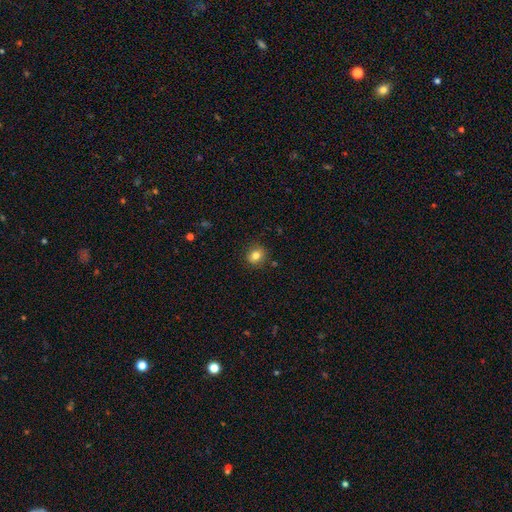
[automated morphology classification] Smooth or featured?
  - smooth: 81% *
  - star or artifact: 11%
  - featured or disk: 8%
How rounded?
  - round: 76% *
  - in between: 23%
  - cigar-shaped: 1%
Merging?
  - none: 87% *
  - minor disturbance: 9%
  - major disturbance: 2%
  - merger: 2%